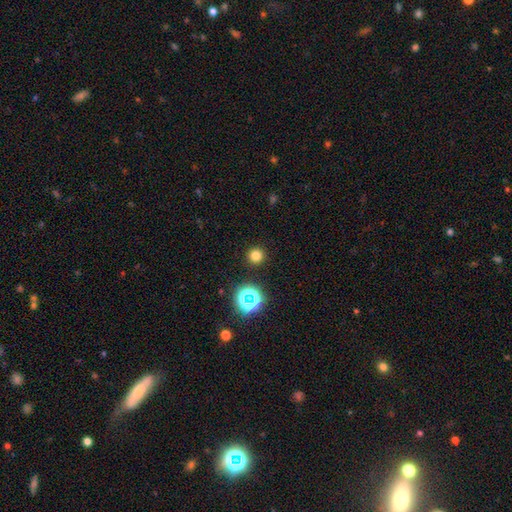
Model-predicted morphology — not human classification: This is likely a smooth galaxy (75%). How rounded: clearly round (95%). Merging: clearly none (92%).